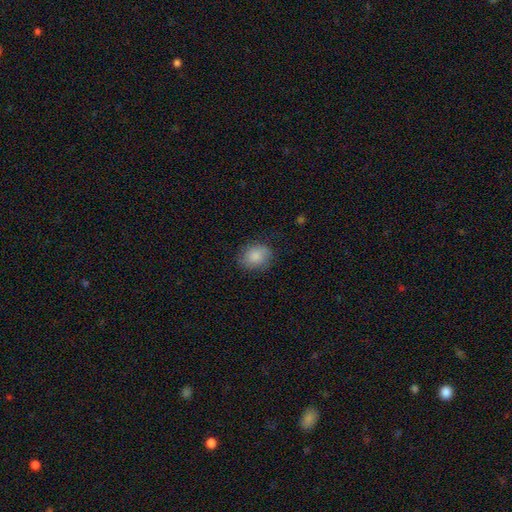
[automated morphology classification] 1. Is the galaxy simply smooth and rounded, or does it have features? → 85% smooth, 8% star or artifact, 7% featured or disk.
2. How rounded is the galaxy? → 55% round, 44% in between, 1% cigar-shaped.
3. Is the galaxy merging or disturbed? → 79% none, 16% minor disturbance, 4% major disturbance, 1% merger.